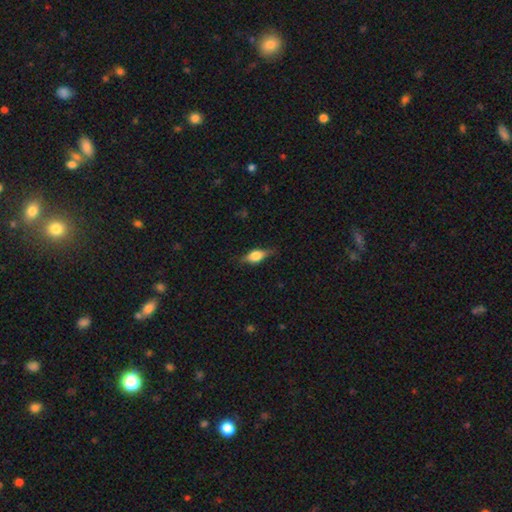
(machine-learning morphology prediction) Q: Smooth or featured?
A: smooth (48%); runner-up: featured or disk (44%)
Q: Merging?
A: none (79%); runner-up: minor disturbance (16%)